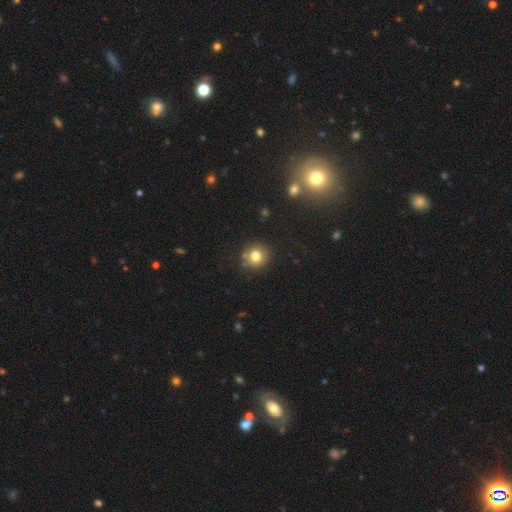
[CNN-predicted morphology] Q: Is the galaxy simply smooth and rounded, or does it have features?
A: smooth — 77%.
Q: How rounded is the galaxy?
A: round — 86%.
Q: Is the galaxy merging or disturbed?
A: none — 80%.